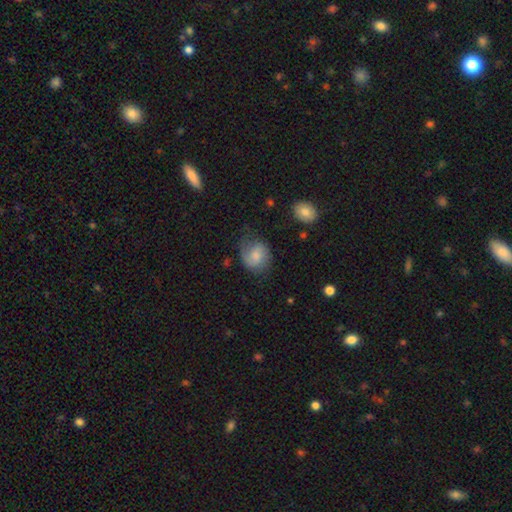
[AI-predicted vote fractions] Smooth or featured?
  - smooth: 69% *
  - featured or disk: 23%
  - star or artifact: 8%
How rounded?
  - round: 61% *
  - in between: 38%
  - cigar-shaped: 1%
Merging?
  - none: 56% *
  - minor disturbance: 29%
  - major disturbance: 13%
  - merger: 2%